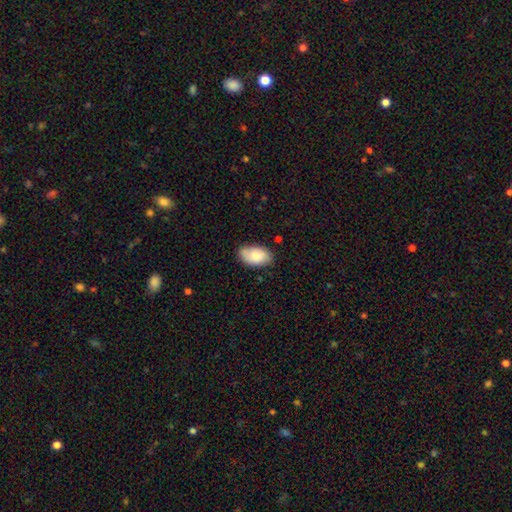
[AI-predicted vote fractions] Smooth or featured: smooth — 78% (featured or disk — 16%)
How rounded: in between — 94% (round — 5%)
Merging: none — 73% (minor disturbance — 21%)